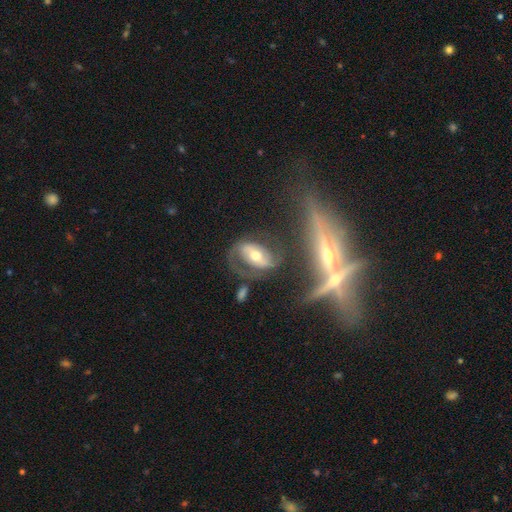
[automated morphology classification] type=featured or disk (72%); edge-on=no (91%); bar=no (36%); spiral arms=yes (79%); winding=medium (42%); arm count=2 (76%); bulge=moderate (68%); merging=none (52%).